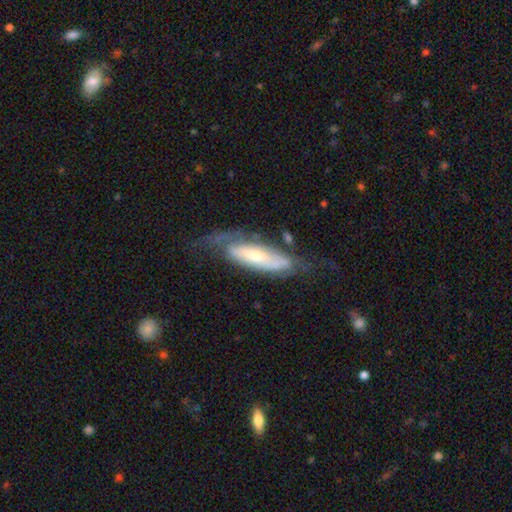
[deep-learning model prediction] This is likely a featured or disk galaxy (67%). It is likely not viewed edge-on (75%). Bar: possibly no (59%). Spiral arm pattern: likely yes (77%). Central bulge: possibly moderate (47%). Merging: possibly none (49%).